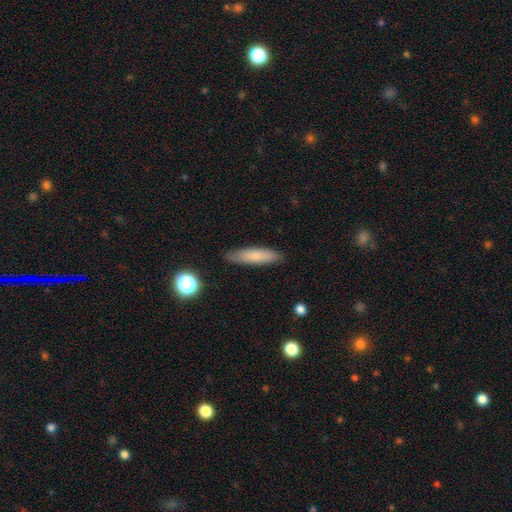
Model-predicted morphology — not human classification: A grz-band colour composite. It shows a smooth galaxy with no disk features (75%) that is cigar-shaped (77%). Merging: none (85%).